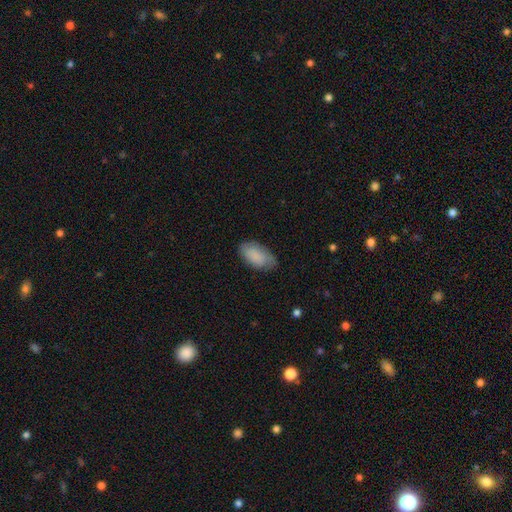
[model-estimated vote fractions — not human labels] This appears to be a smooth galaxy with no disk features (83%) that is in between round and cigar-shaped (95%). Merging: none (70%).